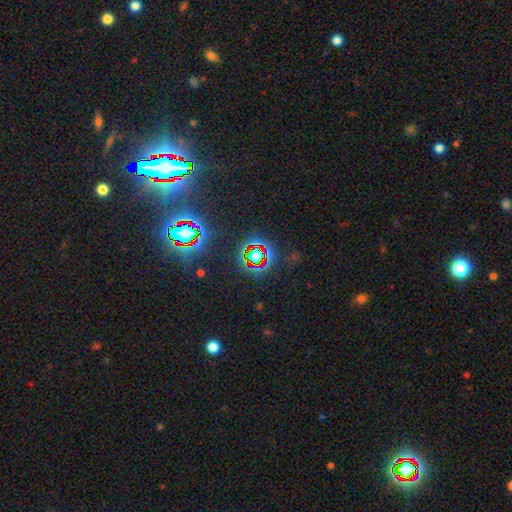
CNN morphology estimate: A star or artifact, not a galaxy (72%).

Vote fractions:
- Smooth or featured? star or artifact: 72% / smooth: 17% / featured or disk: 11%